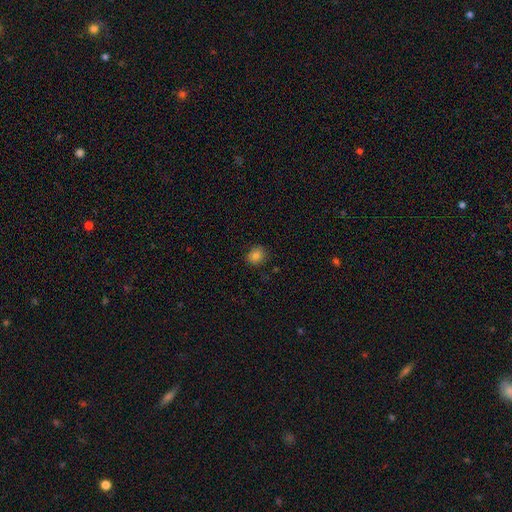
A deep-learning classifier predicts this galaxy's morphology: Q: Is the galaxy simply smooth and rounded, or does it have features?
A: smooth — 82%.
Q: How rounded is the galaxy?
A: round — 70%.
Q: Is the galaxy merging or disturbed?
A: none — 85%.